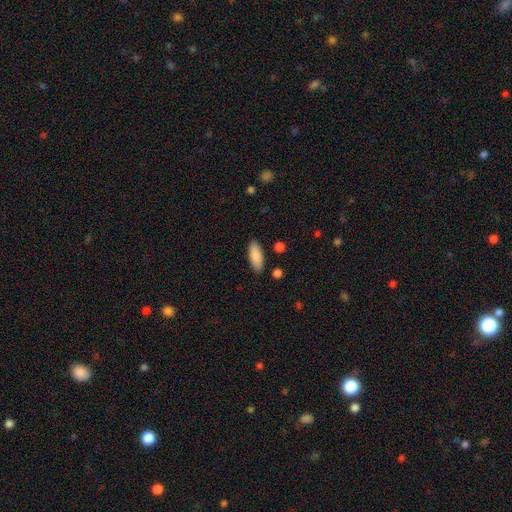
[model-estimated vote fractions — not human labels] This appears to be a smooth galaxy with no disk features (88%) that is in between round and cigar-shaped (74%). Merging: none (87%).